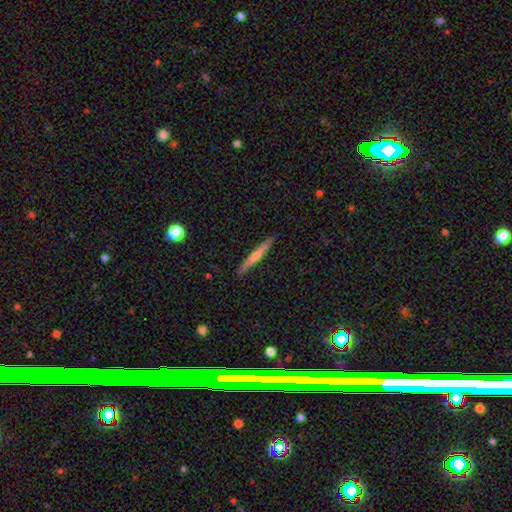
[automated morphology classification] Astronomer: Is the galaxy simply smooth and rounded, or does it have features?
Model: featured or disk — 50% (runner-up: smooth, 44%).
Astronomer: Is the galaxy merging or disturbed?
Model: none — 90%.